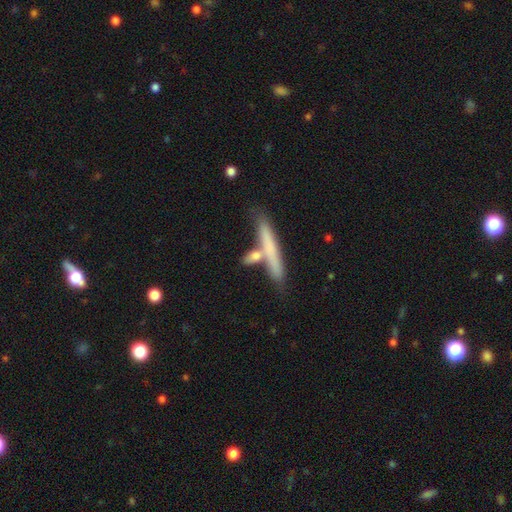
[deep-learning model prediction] A smooth galaxy with no disk features (69%) that is cigar-shaped (71%).

Vote fractions:
- Smooth or featured? smooth: 69% / featured or disk: 25% / star or artifact: 6%
- How rounded? cigar-shaped: 71% / in between: 22% / round: 6%
- Merging? none: 53% / merger: 28% / minor disturbance: 13% / major disturbance: 5%